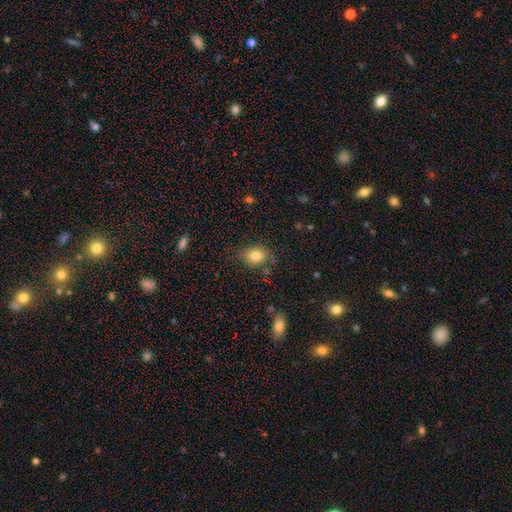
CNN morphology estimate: Q: Smooth or featured?
A: smooth (81%); runner-up: star or artifact (11%)
Q: How rounded?
A: in between (54%); runner-up: round (44%)
Q: Merging?
A: none (79%); runner-up: minor disturbance (15%)